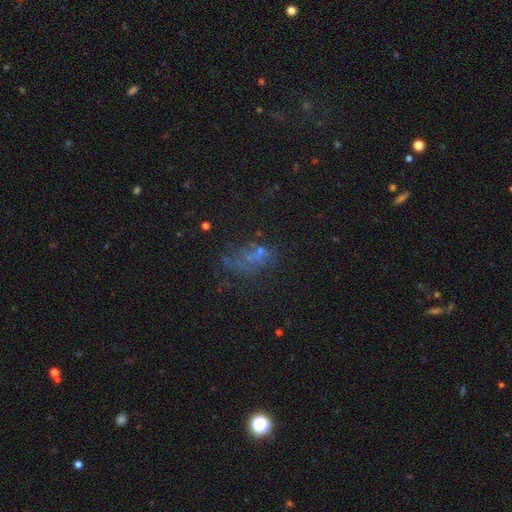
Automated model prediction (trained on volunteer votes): Smooth or featured? smooth (36%)
Merging? none (39%)